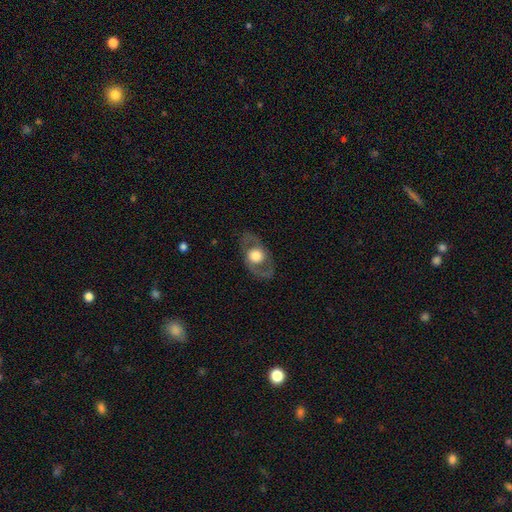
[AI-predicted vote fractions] This appears to be a featured or disk galaxy (62%) with no bar (85%), no spiral arms (60%) and a large central bulge (52%). Merging: none (81%).